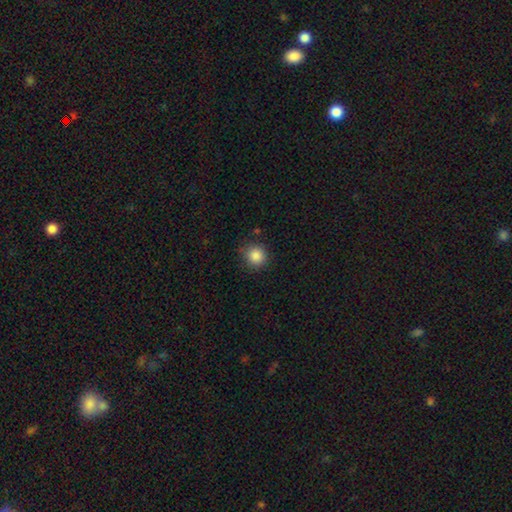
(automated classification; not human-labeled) Smooth or featured: smooth — 86% (star or artifact — 10%)
How rounded: round — 92% (in between — 7%)
Merging: none — 86% (minor disturbance — 10%)